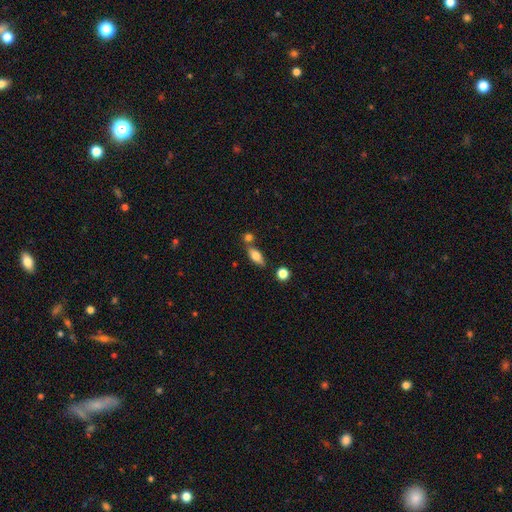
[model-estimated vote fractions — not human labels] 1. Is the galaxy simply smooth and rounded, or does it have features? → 72% smooth, 20% featured or disk, 8% star or artifact.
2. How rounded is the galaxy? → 78% in between, 17% cigar-shaped, 5% round.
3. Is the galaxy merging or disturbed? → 64% none, 19% merger, 13% minor disturbance, 4% major disturbance.